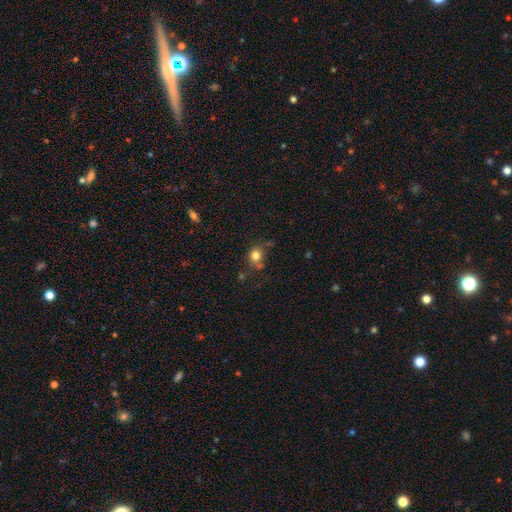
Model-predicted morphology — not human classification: smooth_or_featured: smooth (p=0.80) [alt: star or artifact p=0.12]
how_rounded: round (p=0.72) [alt: in between p=0.27]
merging: none (p=0.65) [alt: minor disturbance p=0.20]